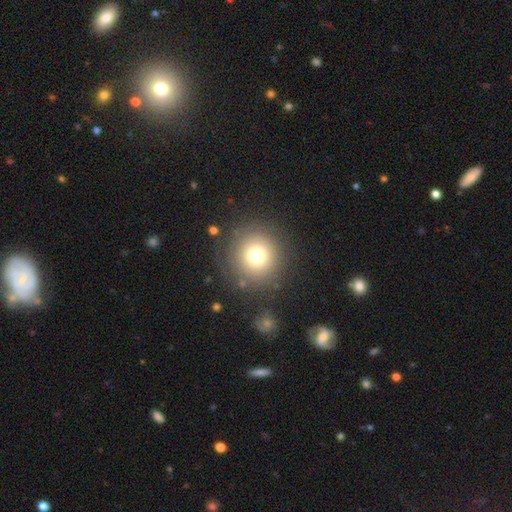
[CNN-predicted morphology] smooth 75%, star or artifact 13%, featured or disk 12%. Down the decision tree: how rounded — round (95%); merging — none (84%).